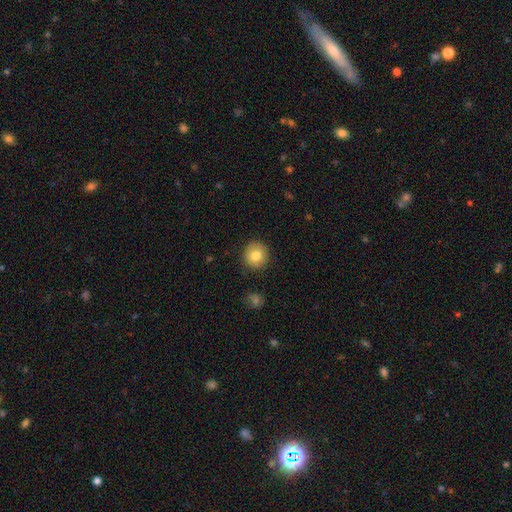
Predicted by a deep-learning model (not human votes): Smooth or featured? smooth (80%)
How rounded? round (94%)
Merging? none (90%)